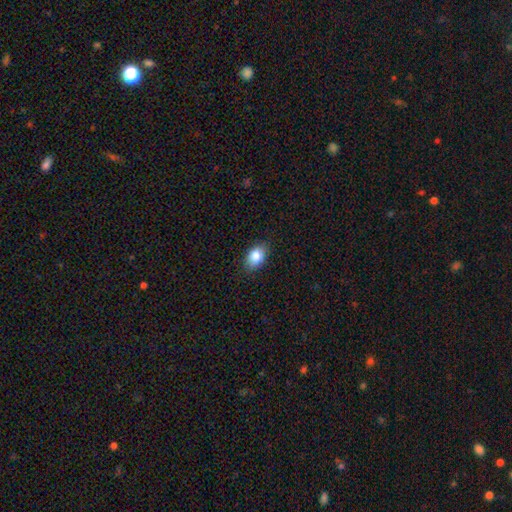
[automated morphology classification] smooth-or-featured: smooth: 85% | star or artifact: 8% | featured or disk: 7%
  how-rounded: in between: 84% | round: 14% | cigar-shaped: 1%
  merging: none: 85% | minor disturbance: 12% | major disturbance: 2% | merger: 1%